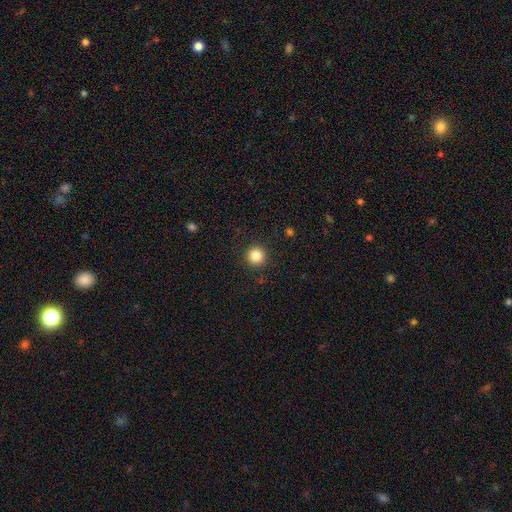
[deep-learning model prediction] The model was most divided on "smooth or featured": smooth: 85%, star or artifact: 11%, featured or disk: 4%. More confident: how rounded — round (96%); merging — none (92%).